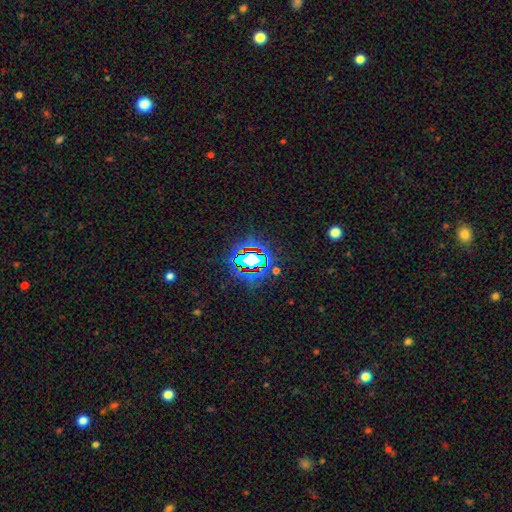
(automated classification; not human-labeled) Smooth or featured? Predicted: star or artifact (p=0.74).